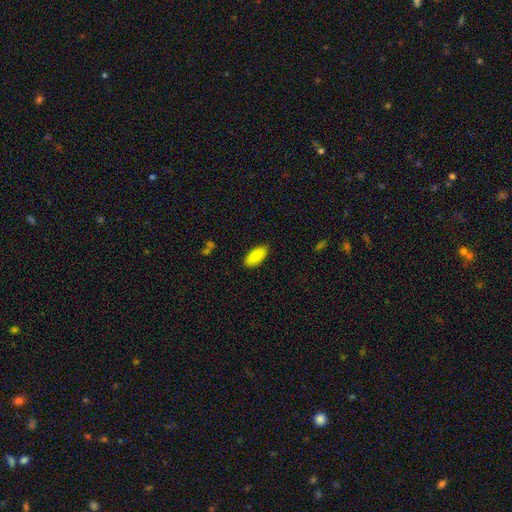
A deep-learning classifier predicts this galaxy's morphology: smooth_or_featured: smooth (p=0.84) [alt: featured or disk p=0.10]
how_rounded: in between (p=0.91) [alt: cigar-shaped p=0.07]
merging: none (p=0.88) [alt: minor disturbance p=0.09]